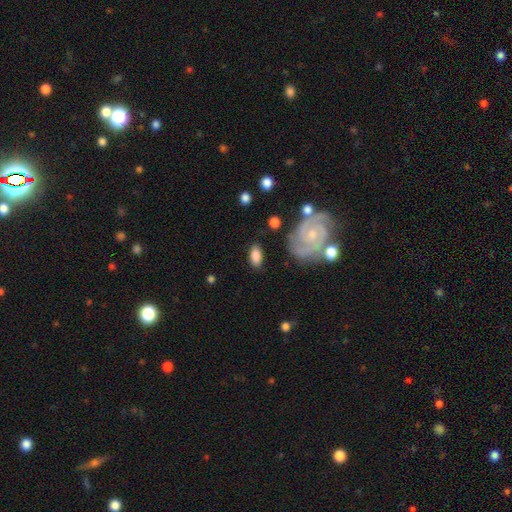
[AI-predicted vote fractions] This appears to be a smooth galaxy with no disk features (76%) that is in between round and cigar-shaped (89%). Merging: none (80%).